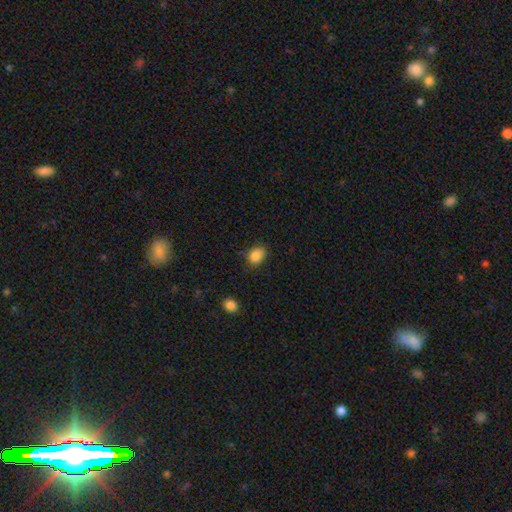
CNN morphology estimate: The model was most divided on "how rounded": in between: 64%, round: 35%, cigar-shaped: 1%. More confident: smooth or featured — smooth (86%); merging — none (78%).